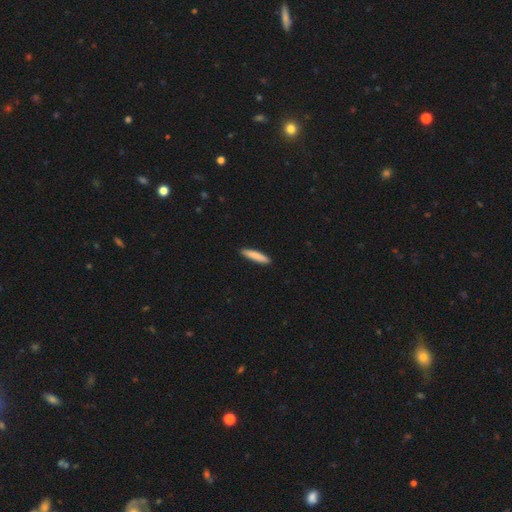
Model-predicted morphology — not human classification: Overall: smooth (85%). How rounded: cigar-shaped (88%). Merging: none (91%).